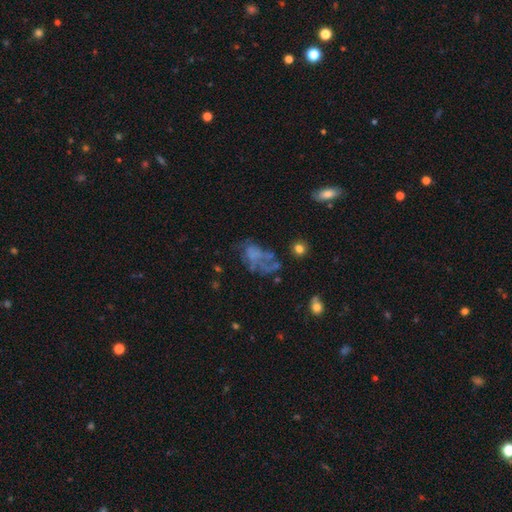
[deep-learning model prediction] A featured or disk galaxy (50%). Merging: major disturbance (40%).